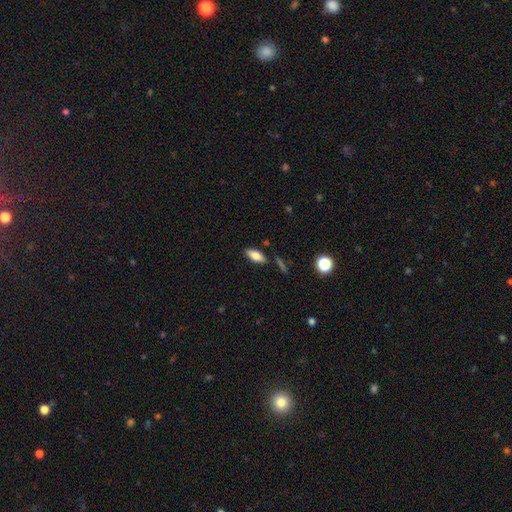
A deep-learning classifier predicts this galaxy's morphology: Smooth or featured?
  - smooth: 77% *
  - featured or disk: 15%
  - star or artifact: 8%
How rounded?
  - in between: 80% *
  - cigar-shaped: 18%
  - round: 3%
Merging?
  - none: 80% *
  - minor disturbance: 13%
  - merger: 4%
  - major disturbance: 3%